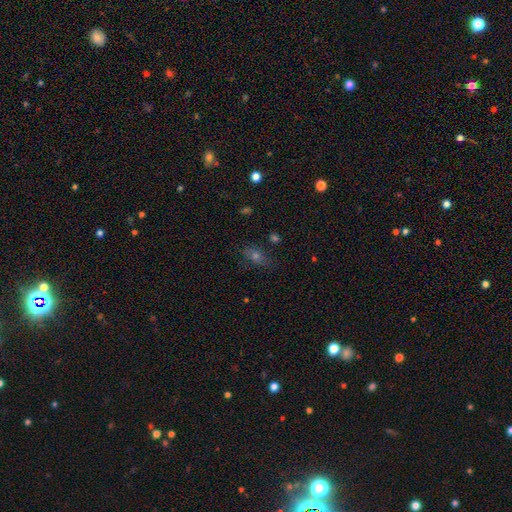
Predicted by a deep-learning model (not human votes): Smooth or featured?
  - smooth: 45% *
  - star or artifact: 31%
  - featured or disk: 24%
Merging?
  - none: 73% *
  - minor disturbance: 17%
  - major disturbance: 7%
  - merger: 3%